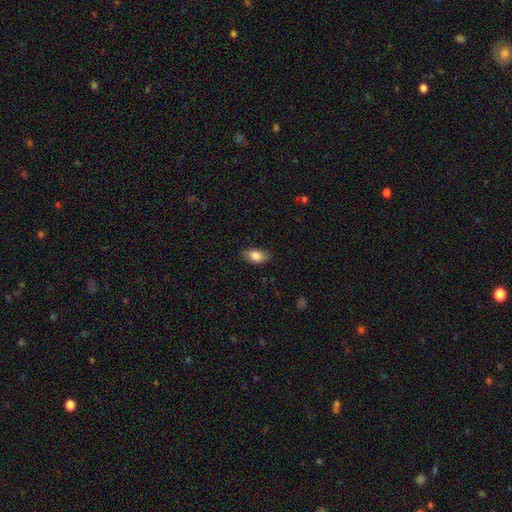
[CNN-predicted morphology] A smooth galaxy with no disk features (84%) that is in between round and cigar-shaped (90%). Merging: none (84%).